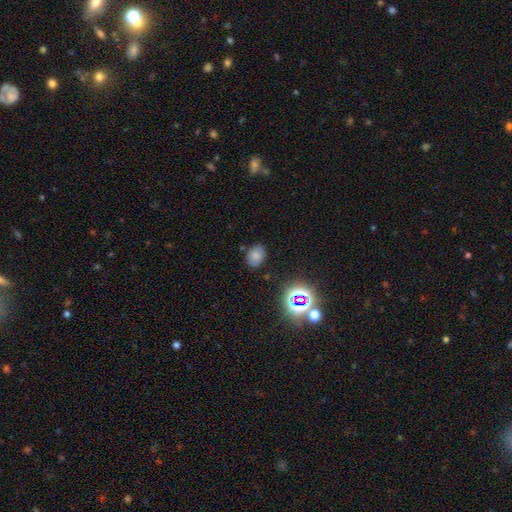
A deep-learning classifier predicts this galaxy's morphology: This is likely a smooth galaxy (72%). How rounded: possibly in between (57%). Merging: likely none (80%).